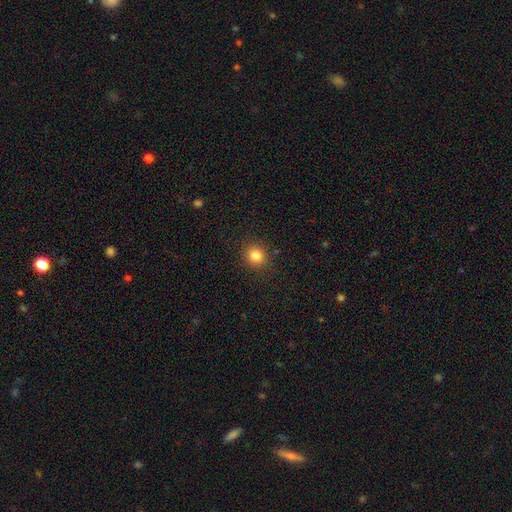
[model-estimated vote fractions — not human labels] This is clearly a smooth galaxy (82%). How rounded: clearly round (88%). Merging: clearly none (90%).